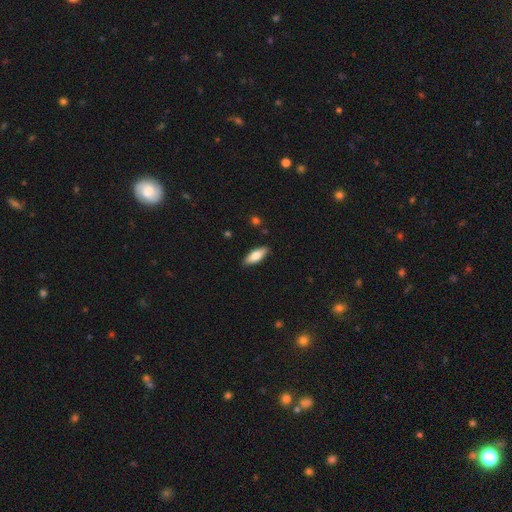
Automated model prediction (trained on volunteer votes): This is likely a smooth galaxy (73%). How rounded: likely in between (67%). Merging: clearly none (88%).